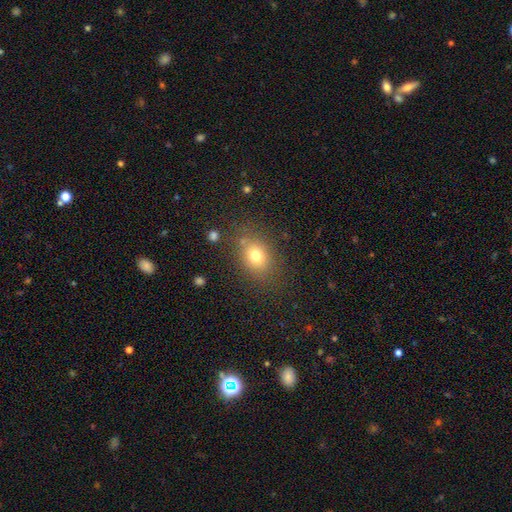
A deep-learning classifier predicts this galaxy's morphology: Smooth or featured?
  - smooth: 75% *
  - star or artifact: 13%
  - featured or disk: 11%
How rounded?
  - in between: 56% *
  - round: 42%
  - cigar-shaped: 1%
Merging?
  - none: 77% *
  - minor disturbance: 14%
  - major disturbance: 6%
  - merger: 4%